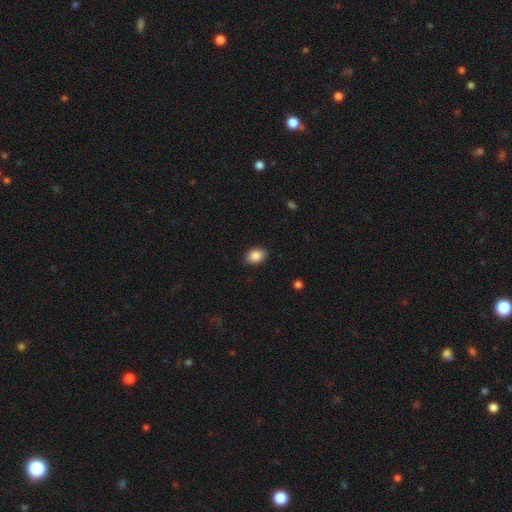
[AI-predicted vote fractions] smooth-or-featured: smooth: 87% | star or artifact: 8% | featured or disk: 6%
  how-rounded: in between: 79% | round: 19% | cigar-shaped: 1%
  merging: none: 88% | minor disturbance: 9% | major disturbance: 2% | merger: 1%